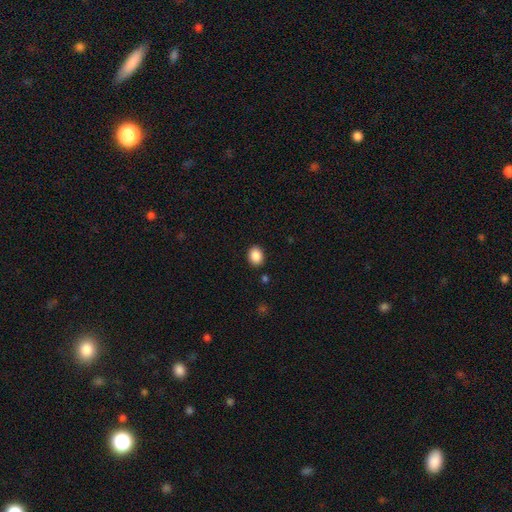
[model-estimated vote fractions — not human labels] This is clearly a smooth galaxy (88%). How rounded: possibly in between (54%). Merging: clearly none (89%).